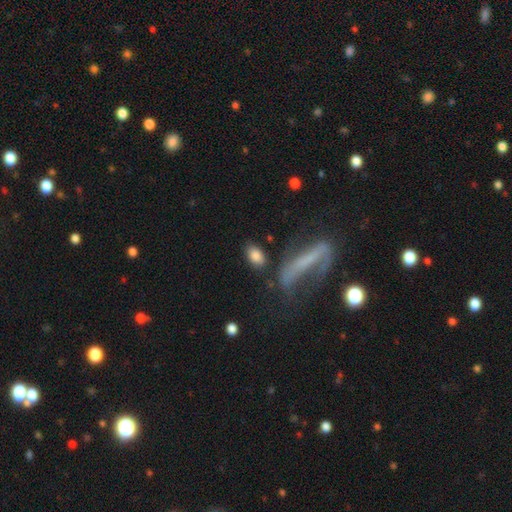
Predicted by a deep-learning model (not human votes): The model was most divided on "merging": none: 77%, minor disturbance: 12%, merger: 6%, major disturbance: 5%. More confident: how rounded — in between (89%); smooth or featured — smooth (84%).